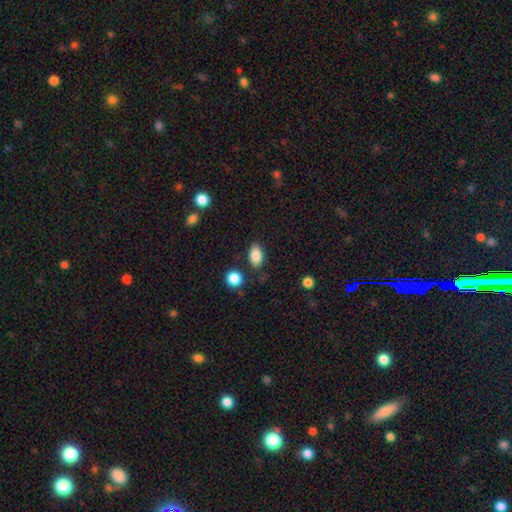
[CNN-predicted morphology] type=smooth (86%); roundness=in between (89%); merging=none (82%).